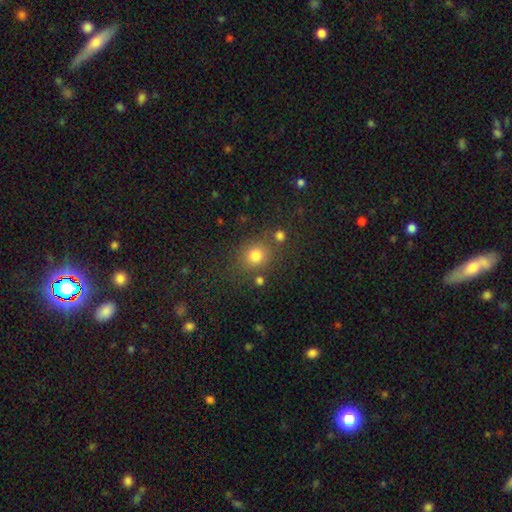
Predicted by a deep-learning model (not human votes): The model was most divided on "merging": none: 73%, minor disturbance: 11%, merger: 10%, major disturbance: 5%. More confident: how rounded — round (81%); smooth or featured — smooth (78%).